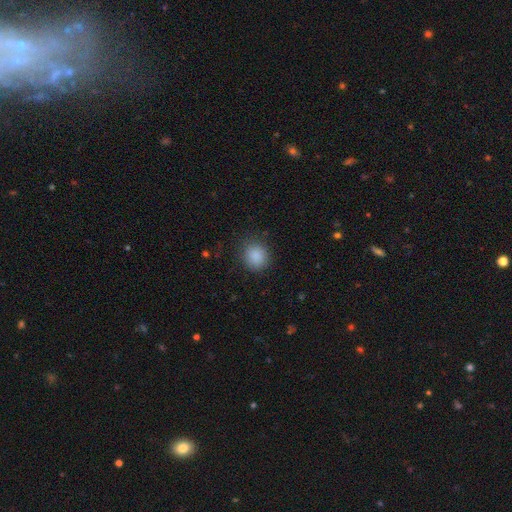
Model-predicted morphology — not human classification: This appears to be a smooth galaxy with no disk features (88%) that is round (85%). Merging: none (85%).